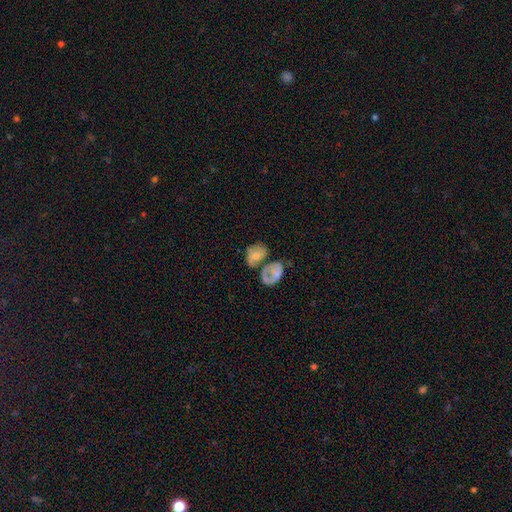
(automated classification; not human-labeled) Q: Smooth or featured?
A: smooth (48%); runner-up: featured or disk (43%)
Q: Merging?
A: merger (42%); runner-up: none (29%)